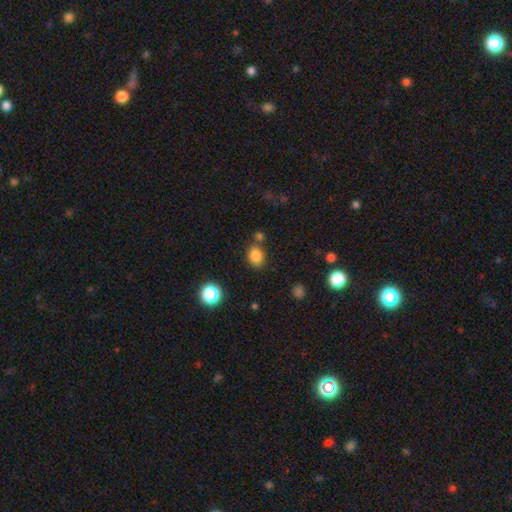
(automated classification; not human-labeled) Overall: smooth (83%). How rounded: round (53%; in between 46%). Merging: none (73%).